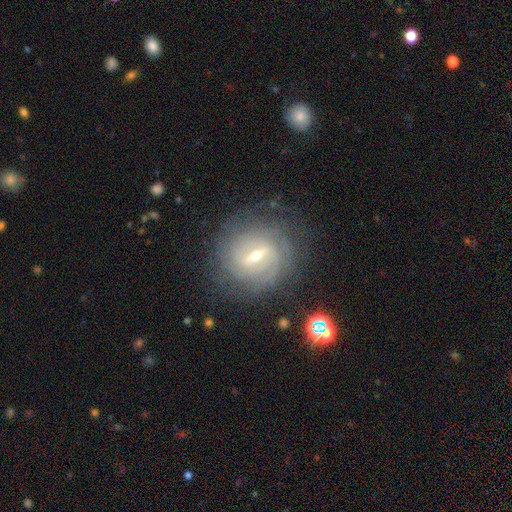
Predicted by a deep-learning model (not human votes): This appears to be a featured or disk galaxy (83%) with a strong bar (46%, tied with weak), tight (71%) spiral arms (91%) and a small central bulge (54%). Merging: none (78%).